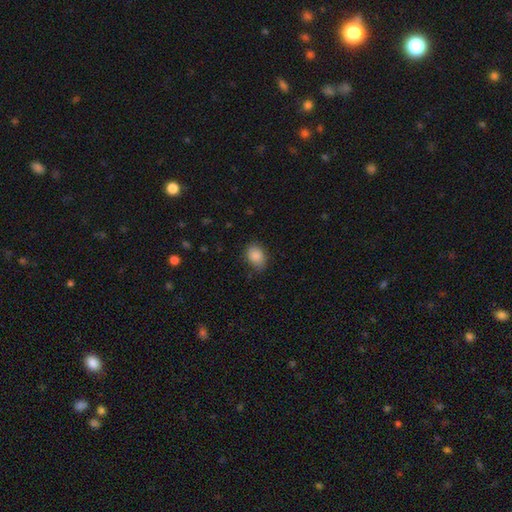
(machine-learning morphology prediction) Smooth or featured: smooth — 87% (star or artifact — 8%)
How rounded: in between — 71% (round — 28%)
Merging: none — 78% (minor disturbance — 18%)